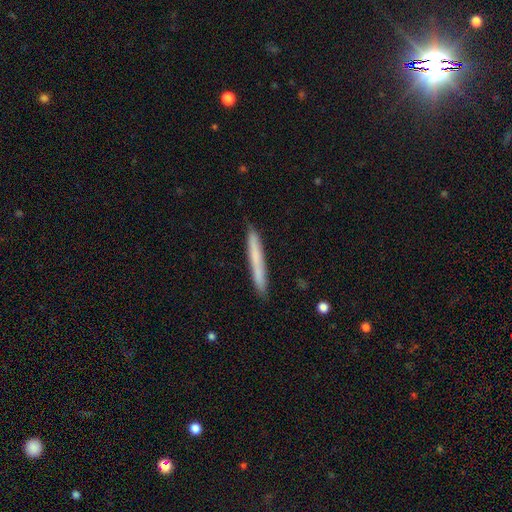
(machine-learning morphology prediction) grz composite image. It shows a smooth galaxy with no disk features (67%) that is cigar-shaped (97%). Merging: none (89%).